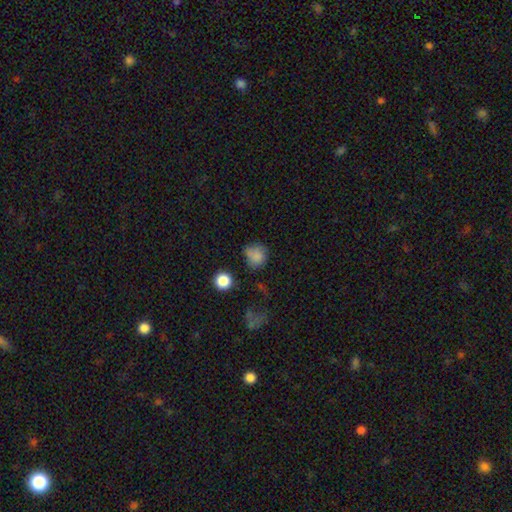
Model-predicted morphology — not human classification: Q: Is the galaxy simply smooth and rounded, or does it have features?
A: smooth — 76%.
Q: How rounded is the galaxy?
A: round — 78%.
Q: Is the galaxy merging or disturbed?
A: none — 52%.